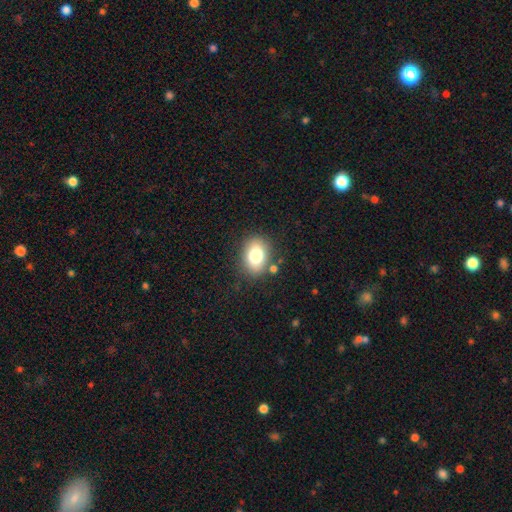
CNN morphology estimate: smooth-or-featured: smooth: 78% | featured or disk: 12% | star or artifact: 10%
  how-rounded: in between: 71% | round: 28% | cigar-shaped: 1%
  merging: none: 80% | minor disturbance: 12% | merger: 4% | major disturbance: 4%